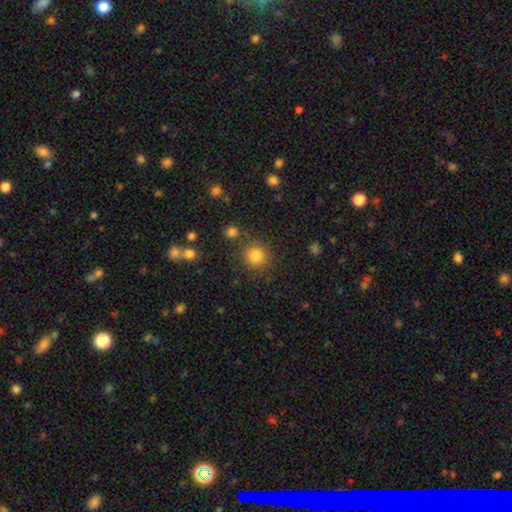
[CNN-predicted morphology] Smooth or featured?
  - smooth: 83% *
  - star or artifact: 11%
  - featured or disk: 5%
How rounded?
  - round: 92% *
  - in between: 7%
  - cigar-shaped: 1%
Merging?
  - none: 83% *
  - minor disturbance: 9%
  - merger: 5%
  - major disturbance: 4%